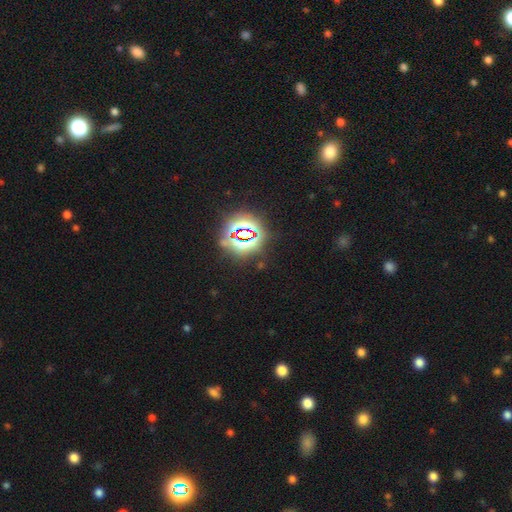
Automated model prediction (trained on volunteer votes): Overall: star or artifact (81%).